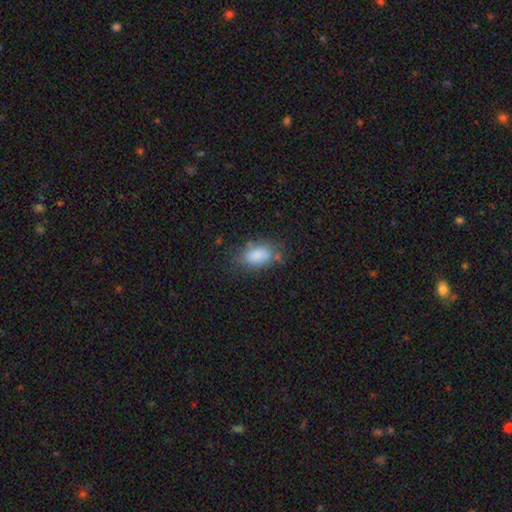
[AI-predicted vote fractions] smooth 85%, star or artifact 9%, featured or disk 6%. Down the decision tree: how rounded — in between (89%); merging — none (68%).